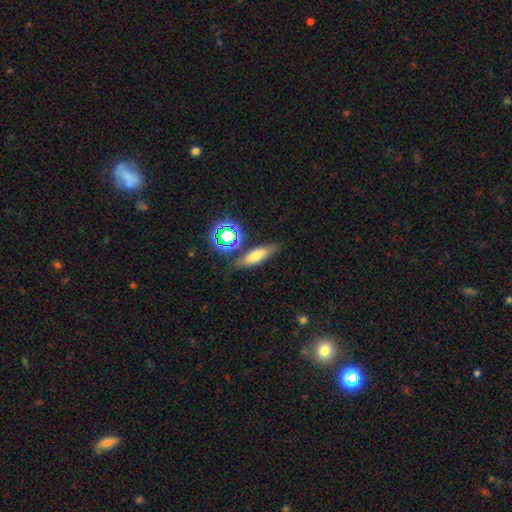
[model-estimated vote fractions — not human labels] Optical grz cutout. It shows a smooth galaxy with no disk features (64%) that is in between round and cigar-shaped (48%). Merging: none (75%).